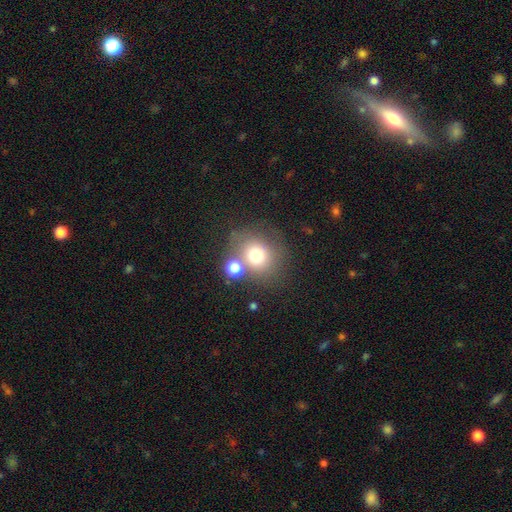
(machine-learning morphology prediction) smooth-or-featured: smooth: 70% | star or artifact: 15% | featured or disk: 15%
  how-rounded: round: 80% | in between: 19% | cigar-shaped: 1%
  merging: none: 61% | merger: 21% | minor disturbance: 12% | major disturbance: 6%